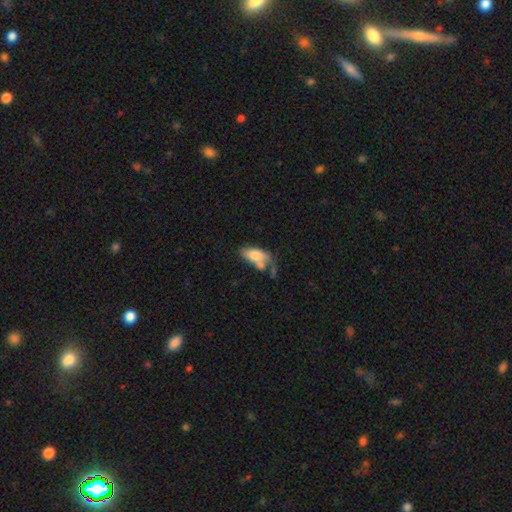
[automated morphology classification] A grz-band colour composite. It shows a smooth galaxy with no disk features (74%) that is in between round and cigar-shaped (86%). Merging: merger (33%, tied with none).